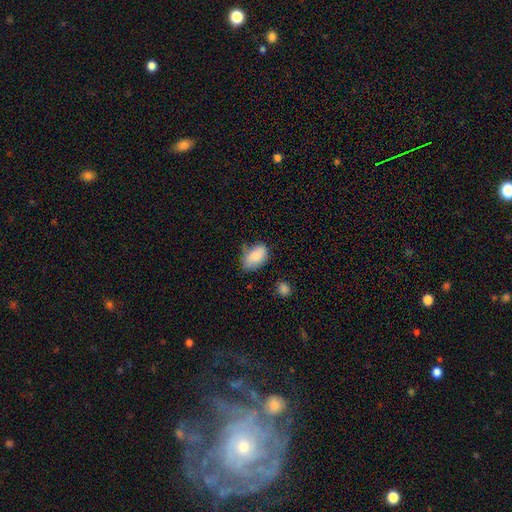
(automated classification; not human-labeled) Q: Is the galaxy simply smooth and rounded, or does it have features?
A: smooth — 84%.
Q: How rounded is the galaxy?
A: in between — 90%.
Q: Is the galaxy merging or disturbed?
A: none — 55%.